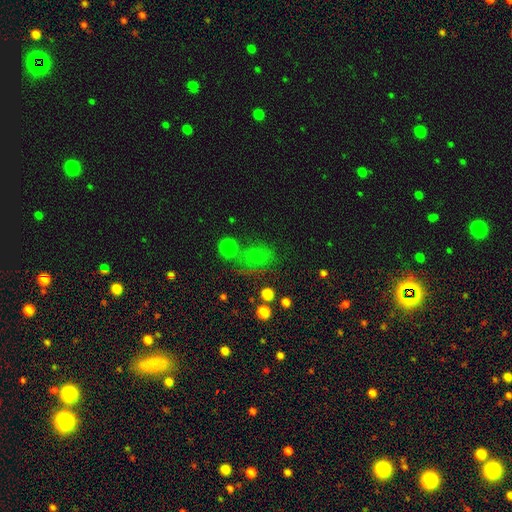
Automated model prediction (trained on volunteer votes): smooth-or-featured: smooth: 44% | star or artifact: 39% | featured or disk: 17%
  merging: none: 56% | minor disturbance: 17% | major disturbance: 17% | merger: 10%